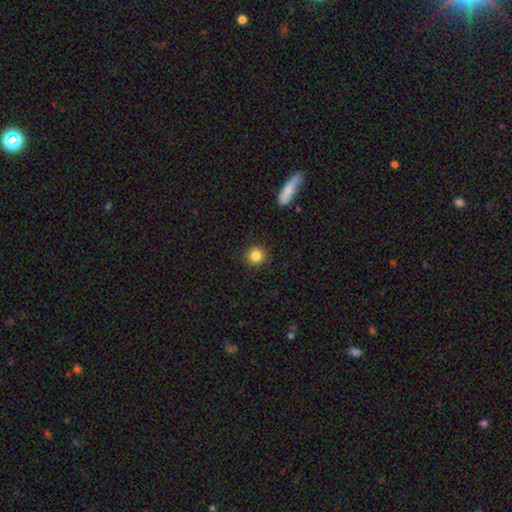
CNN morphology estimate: This is clearly a smooth galaxy (85%). How rounded: clearly round (94%). Merging: clearly none (91%).